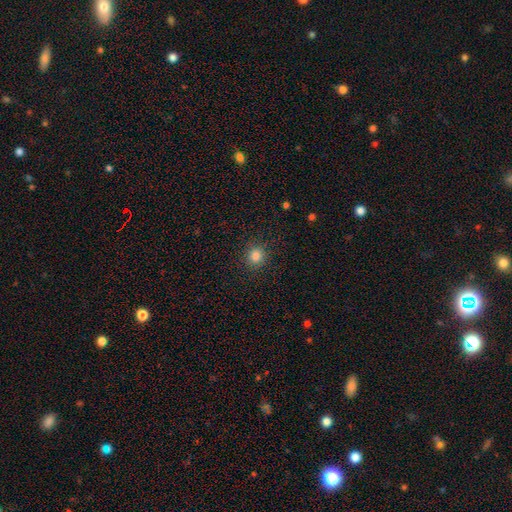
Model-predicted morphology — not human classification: A smooth galaxy with no disk features (84%) that is round (86%). Merging: none (90%).